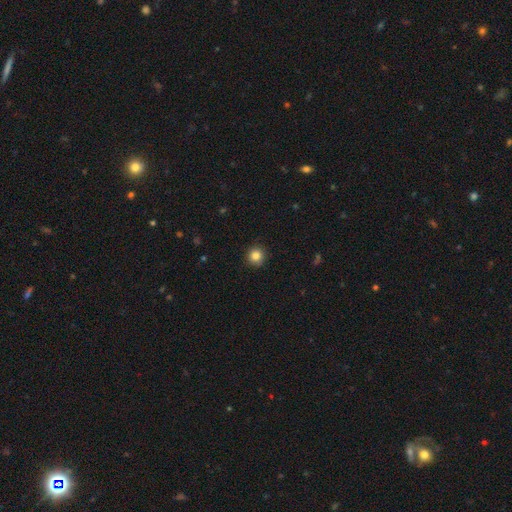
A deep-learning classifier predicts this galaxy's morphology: This is clearly a smooth galaxy (84%). How rounded: clearly round (94%). Merging: clearly none (91%).